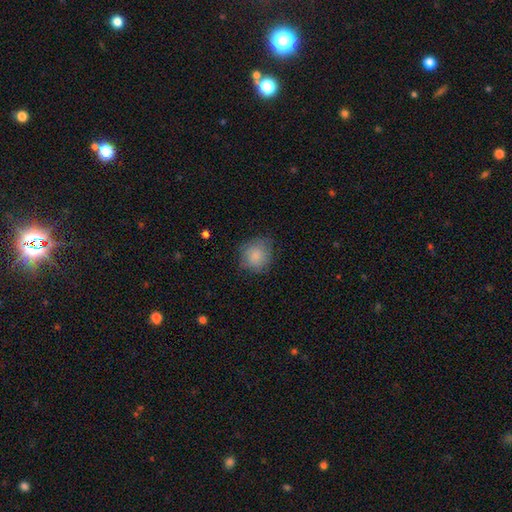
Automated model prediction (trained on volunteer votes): smooth 78%, featured or disk 14%, star or artifact 8%. Down the decision tree: how rounded — round (82%); merging — none (68%).